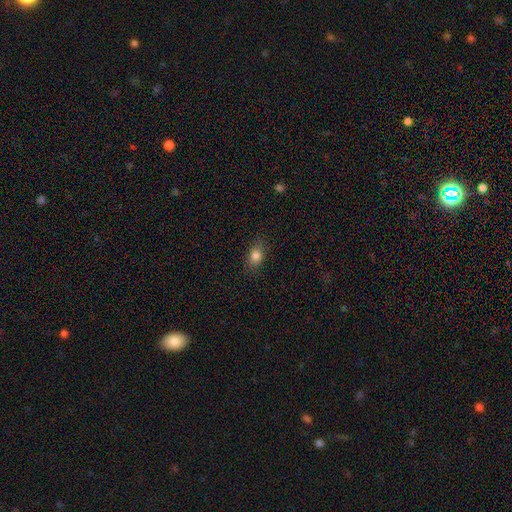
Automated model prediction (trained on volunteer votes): Q: Smooth or featured?
A: smooth (81%); runner-up: star or artifact (11%)
Q: How rounded?
A: in between (69%); runner-up: round (28%)
Q: Merging?
A: none (84%); runner-up: minor disturbance (13%)